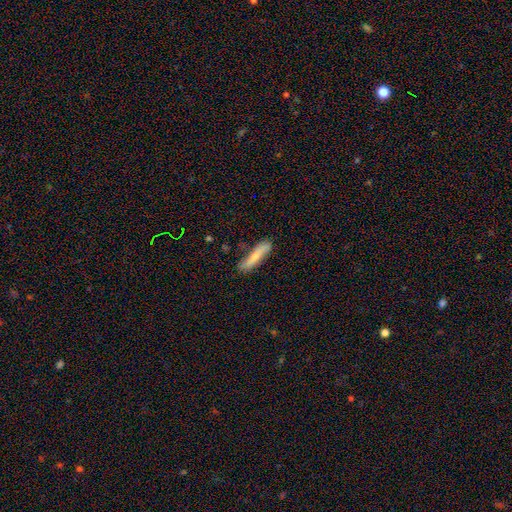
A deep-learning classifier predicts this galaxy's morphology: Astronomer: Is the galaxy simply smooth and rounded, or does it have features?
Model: smooth — 68%.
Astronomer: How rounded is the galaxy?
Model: cigar-shaped — 84%.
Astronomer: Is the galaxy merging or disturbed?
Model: none — 73%.